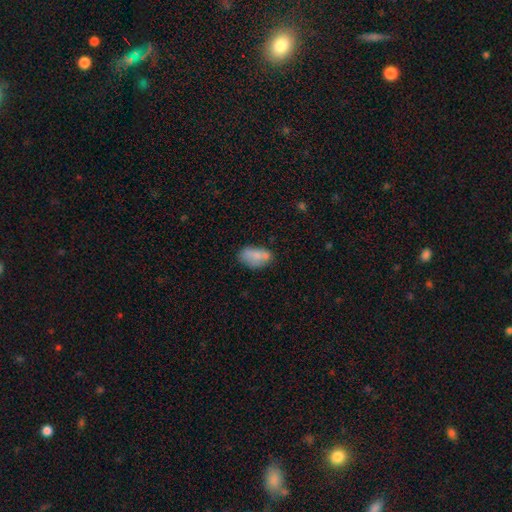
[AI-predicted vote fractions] Smooth or featured?
  - smooth: 76% *
  - featured or disk: 16%
  - star or artifact: 8%
How rounded?
  - in between: 91% *
  - round: 5%
  - cigar-shaped: 5%
Merging?
  - none: 56% *
  - minor disturbance: 26%
  - merger: 10%
  - major disturbance: 8%